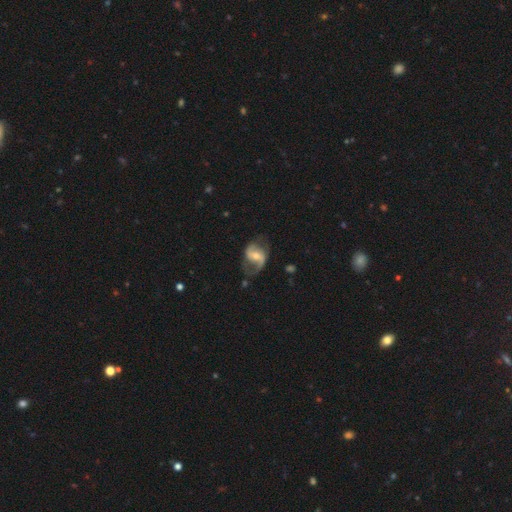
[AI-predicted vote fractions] This is likely a featured or disk galaxy (77%). It is clearly not viewed edge-on (97%). Bar: marginally weak (44%). Spiral arm pattern: clearly yes (90%). Spiral arm count: clearly 2 (82%). Spiral winding: possibly loose (46%). Central bulge: possibly moderate (52%). Merging: possibly none (56%).